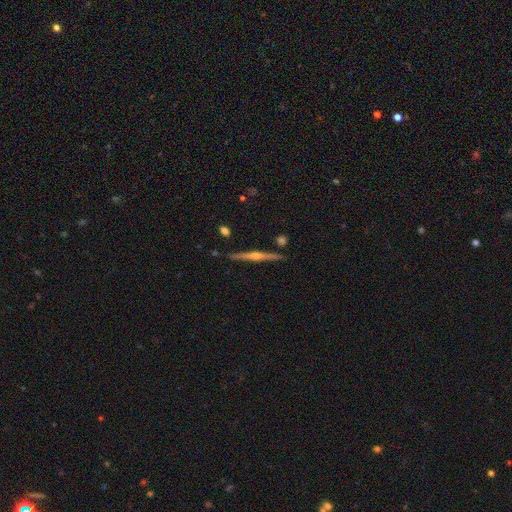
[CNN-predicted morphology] featured or disk 83%, smooth 11%, star or artifact 6%. Down the decision tree: edge-on disk — yes (99%); edge-on bulge — rounded (90%); merging — none (90%).